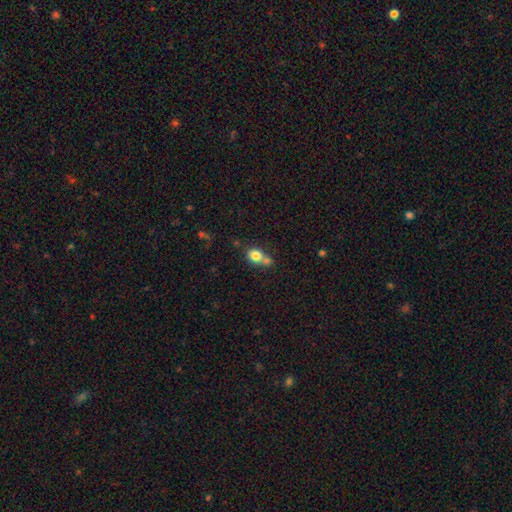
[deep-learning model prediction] The model was most divided on "merging": merger: 44%, none: 42%, minor disturbance: 11%, major disturbance: 4%. More confident: smooth or featured — smooth (79%); how rounded — round (64%).